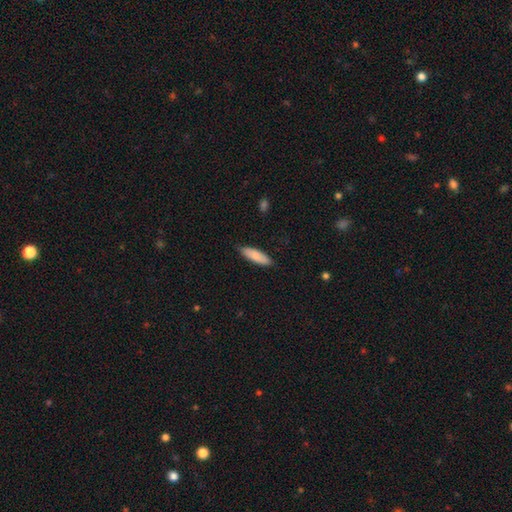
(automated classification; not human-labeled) Smooth or featured: smooth — 85% (featured or disk — 10%)
How rounded: in between — 50% (cigar-shaped — 49%)
Merging: none — 82% (minor disturbance — 14%)